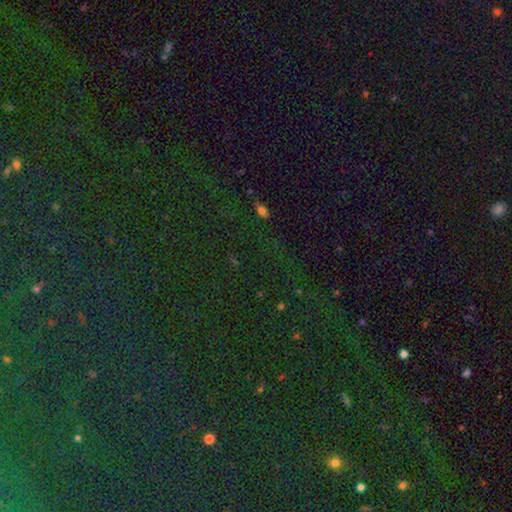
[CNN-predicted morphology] Smooth or featured?
  - star or artifact: 81% *
  - smooth: 11%
  - featured or disk: 8%